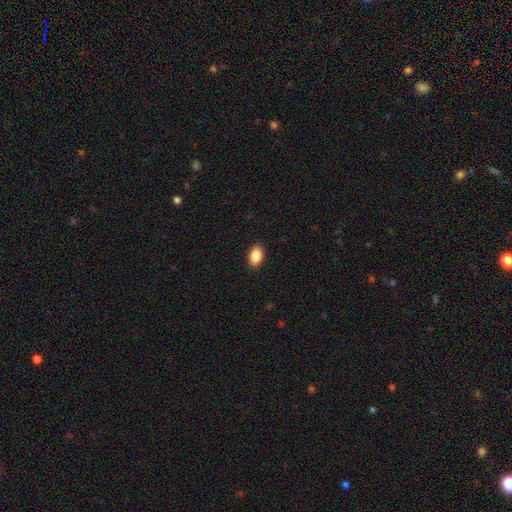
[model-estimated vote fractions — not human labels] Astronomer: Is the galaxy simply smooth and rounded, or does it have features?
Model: smooth — 89%.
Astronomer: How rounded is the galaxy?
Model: in between — 90%.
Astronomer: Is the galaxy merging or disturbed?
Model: none — 89%.